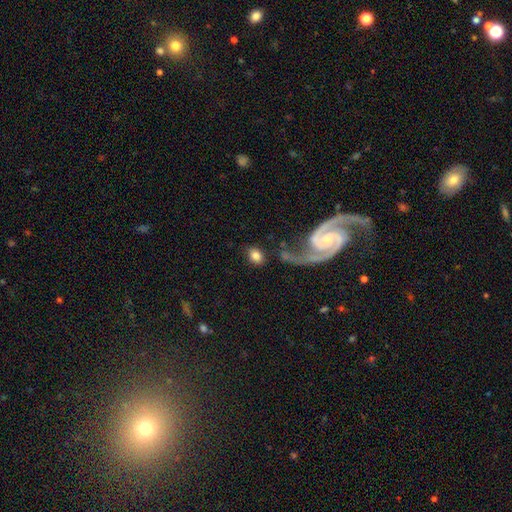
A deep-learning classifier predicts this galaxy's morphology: The model was most divided on "how rounded": in between: 71%, round: 27%, cigar-shaped: 2%. More confident: smooth or featured — smooth (76%); merging — none (70%).